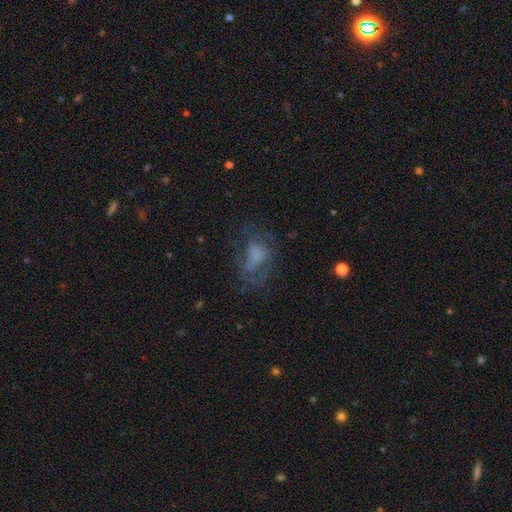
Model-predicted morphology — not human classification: A featured or disk galaxy (45%). Merging: none (45%).